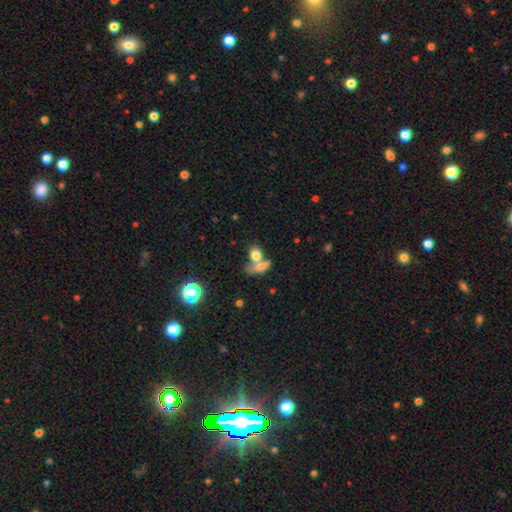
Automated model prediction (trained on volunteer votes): smooth_or_featured: smooth (p=0.77) [alt: featured or disk p=0.12]
how_rounded: in between (p=0.56) [alt: round p=0.37]
merging: merger (p=0.51) [alt: none p=0.34]